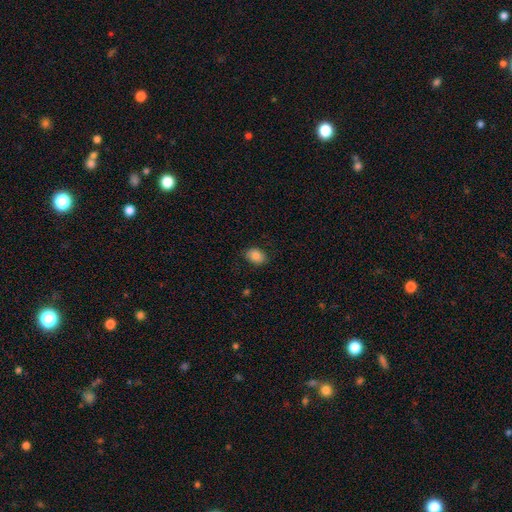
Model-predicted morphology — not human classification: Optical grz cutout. It shows a smooth galaxy with no disk features (84%) that is in between round and cigar-shaped (72%). Merging: none (81%).